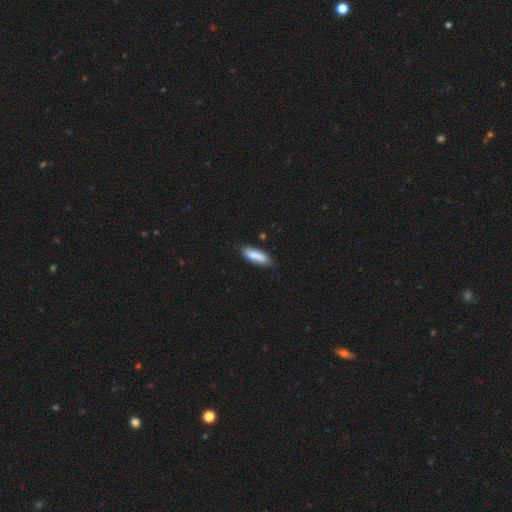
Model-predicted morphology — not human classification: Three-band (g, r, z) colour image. It shows a smooth galaxy with no disk features (85%) that is in between round and cigar-shaped (53%). Merging: none (78%).